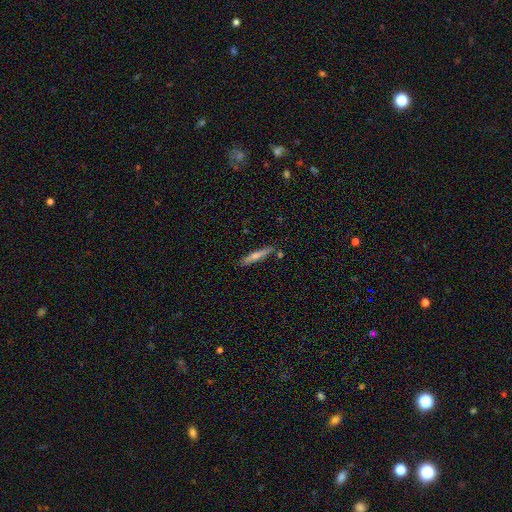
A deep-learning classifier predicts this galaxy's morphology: The model was most divided on "smooth or featured": featured or disk: 48%, smooth: 45%, star or artifact: 7%. More confident: merging — none (86%).